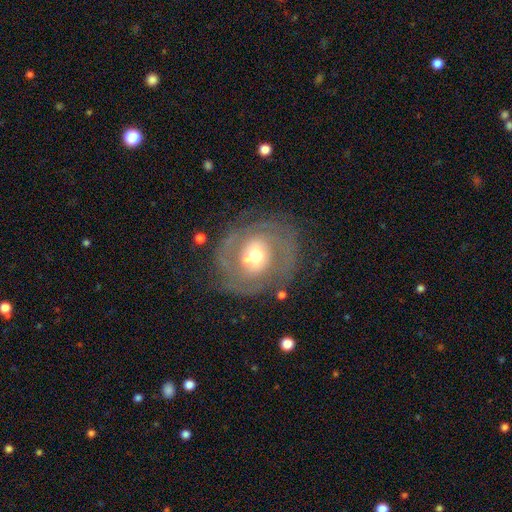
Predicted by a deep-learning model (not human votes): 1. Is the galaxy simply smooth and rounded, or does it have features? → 75% featured or disk, 18% smooth, 7% star or artifact.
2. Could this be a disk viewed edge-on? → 97% no, 3% yes.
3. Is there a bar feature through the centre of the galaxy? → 51% no, 35% weak, 14% strong.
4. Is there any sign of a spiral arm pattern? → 80% yes, 20% no.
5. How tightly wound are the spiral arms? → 50% tight, 36% medium, 14% loose.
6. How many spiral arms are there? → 59% 2, 22% can't tell, 8% 3, 5% 1, 3% 4, 3% more than 4.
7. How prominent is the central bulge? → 64% moderate, 19% small, 14% large, 2% dominant, 1% none.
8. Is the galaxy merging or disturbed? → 68% none, 16% minor disturbance, 10% major disturbance, 6% merger.